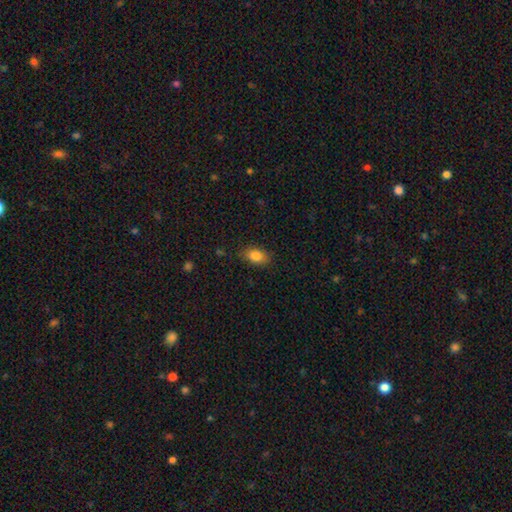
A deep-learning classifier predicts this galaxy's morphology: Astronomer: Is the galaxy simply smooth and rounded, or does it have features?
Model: smooth — 83%.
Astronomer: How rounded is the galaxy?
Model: in between — 85%.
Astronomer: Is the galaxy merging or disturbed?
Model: none — 83%.